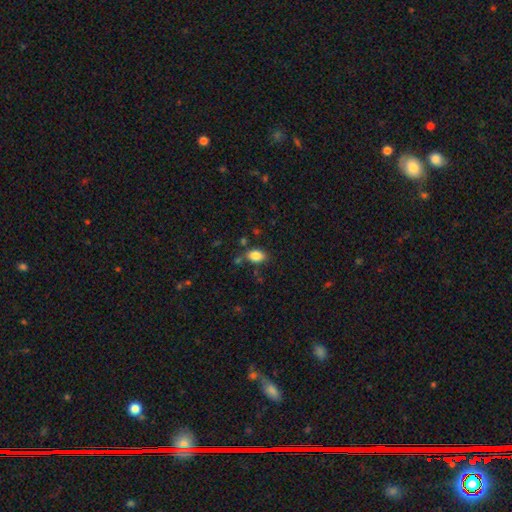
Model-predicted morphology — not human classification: Smooth or featured: smooth — 85% (star or artifact — 9%)
How rounded: in between — 83% (round — 15%)
Merging: none — 72% (minor disturbance — 16%)